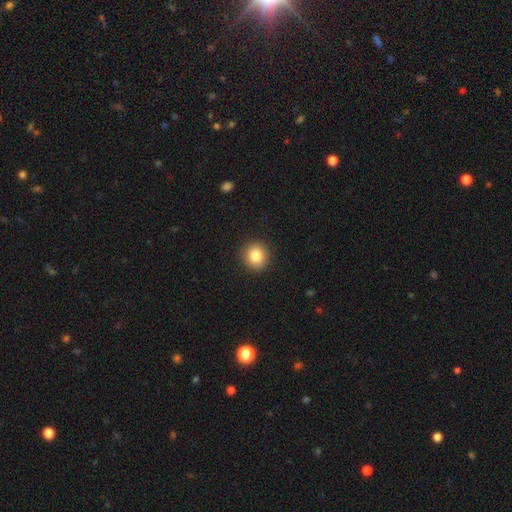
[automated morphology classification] Smooth or featured? smooth (84%)
How rounded? round (88%)
Merging? none (91%)